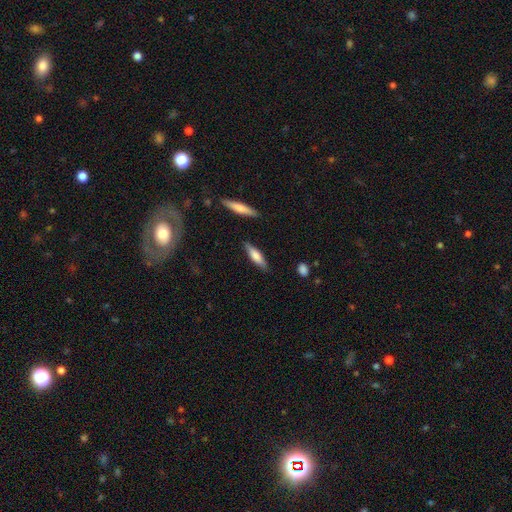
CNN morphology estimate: A smooth galaxy with no disk features (68%) that is cigar-shaped (68%). Merging: none (84%).